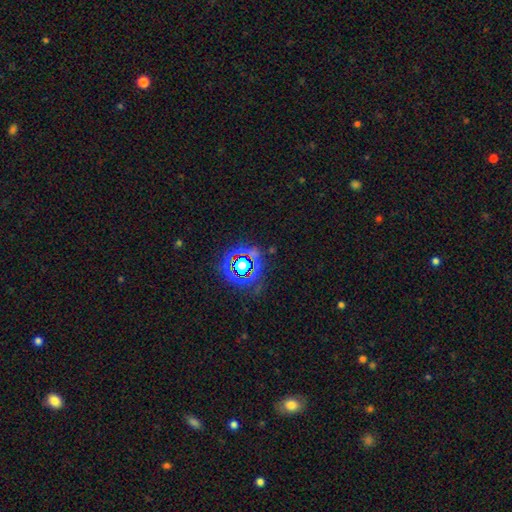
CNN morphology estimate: This is likely a star or artifact rather than a galaxy (77%).